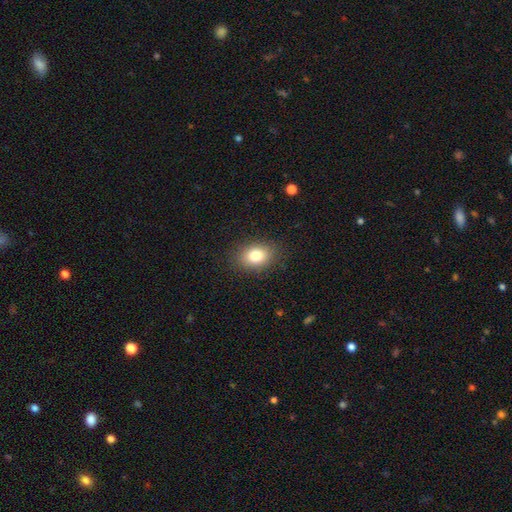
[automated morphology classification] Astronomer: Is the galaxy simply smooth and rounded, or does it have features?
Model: smooth — 81%.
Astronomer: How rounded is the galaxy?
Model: in between — 74%.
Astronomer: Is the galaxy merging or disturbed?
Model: none — 87%.